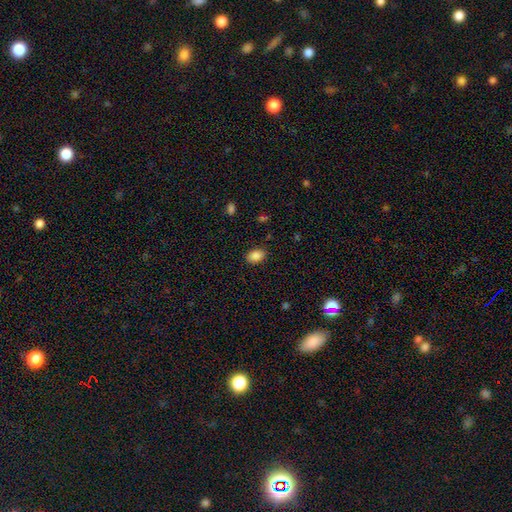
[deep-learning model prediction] Q: Smooth or featured?
A: smooth (87%); runner-up: star or artifact (9%)
Q: How rounded?
A: in between (78%); runner-up: round (20%)
Q: Merging?
A: none (86%); runner-up: minor disturbance (10%)